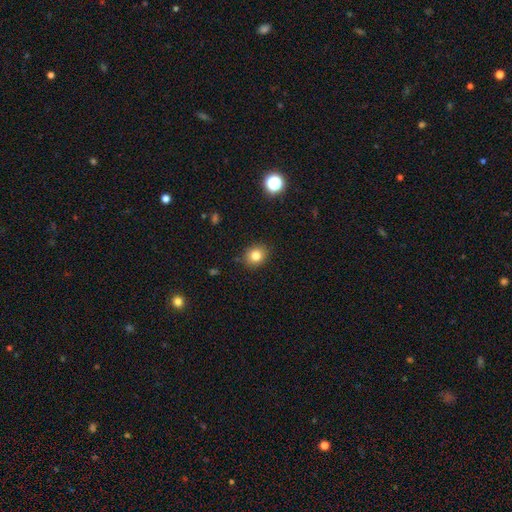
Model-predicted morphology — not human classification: A smooth galaxy with no disk features (81%) that is round (71%).

Vote fractions:
- Smooth or featured? smooth: 81% / star or artifact: 12% / featured or disk: 7%
- How rounded? round: 71% / in between: 28% / cigar-shaped: 1%
- Merging? none: 88% / minor disturbance: 9% / major disturbance: 2% / merger: 1%